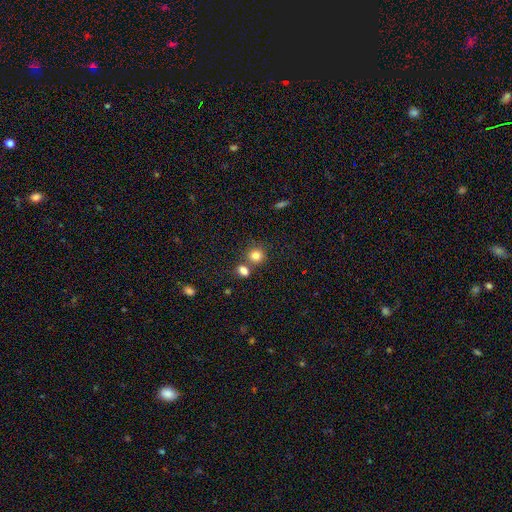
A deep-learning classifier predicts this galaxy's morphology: Smooth or featured? Predicted: smooth (p=0.81). How rounded? Predicted: round (p=0.80). Merging? Predicted: none (p=0.60).